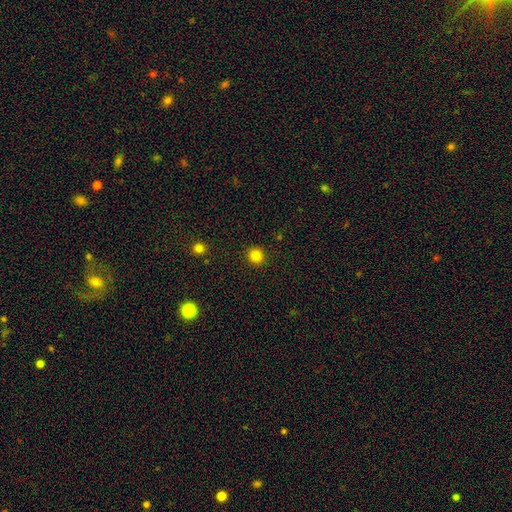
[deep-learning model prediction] This is clearly a smooth galaxy (84%). How rounded: clearly round (93%). Merging: clearly none (92%).